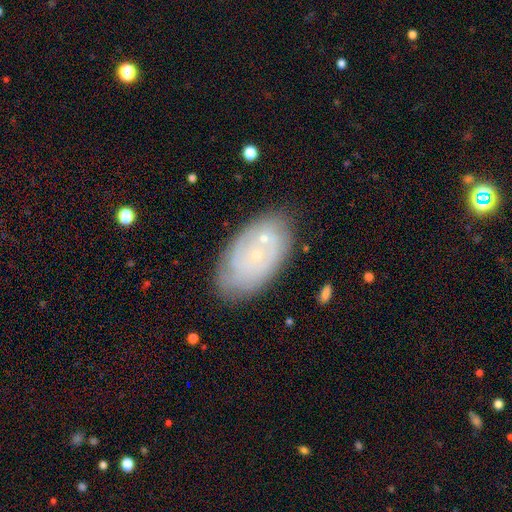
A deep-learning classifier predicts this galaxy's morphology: type=featured or disk (67%); edge-on=no (95%); bar=no (85%); spiral arms=yes (75%); bulge=small (85%); merging=none (69%).